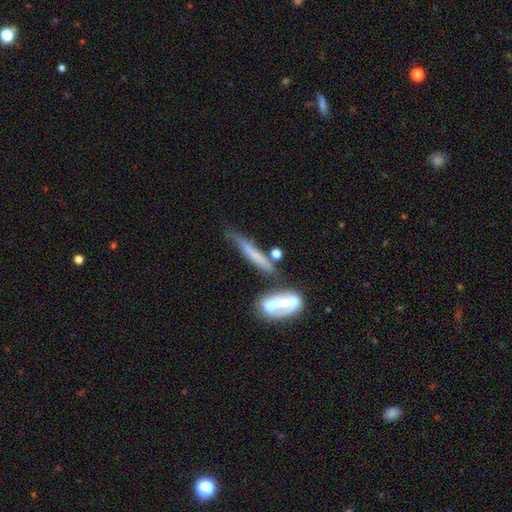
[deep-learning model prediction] Smooth or featured? Predicted: smooth (p=0.46, tied with featured or disk). Merging? Predicted: none (p=0.45).